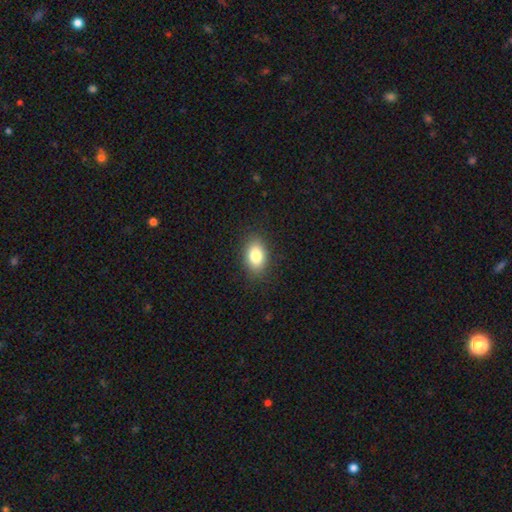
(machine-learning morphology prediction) Smooth or featured?
  - smooth: 82% *
  - featured or disk: 9%
  - star or artifact: 9%
How rounded?
  - in between: 82% *
  - round: 16%
  - cigar-shaped: 2%
Merging?
  - none: 88% *
  - minor disturbance: 9%
  - major disturbance: 2%
  - merger: 1%